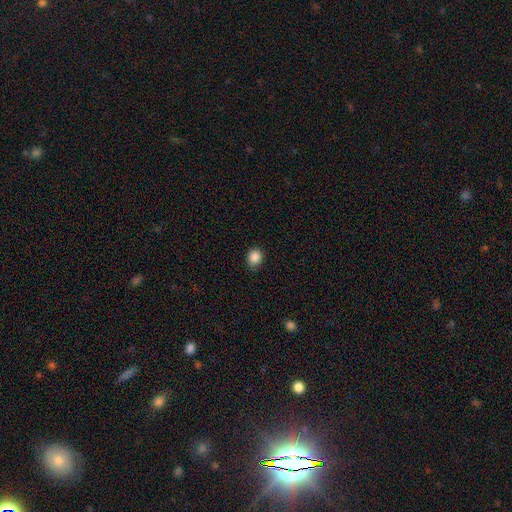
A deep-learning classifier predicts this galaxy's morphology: Q: Smooth or featured?
A: smooth (87%); runner-up: star or artifact (10%)
Q: How rounded?
A: round (71%); runner-up: in between (28%)
Q: Merging?
A: none (84%); runner-up: minor disturbance (13%)